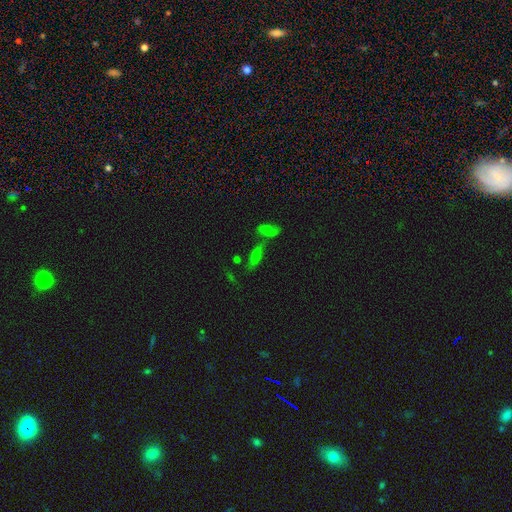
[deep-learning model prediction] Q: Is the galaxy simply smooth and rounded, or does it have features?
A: smooth — 52%.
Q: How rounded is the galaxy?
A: in between — 56%.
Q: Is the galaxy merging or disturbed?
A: none — 59%.